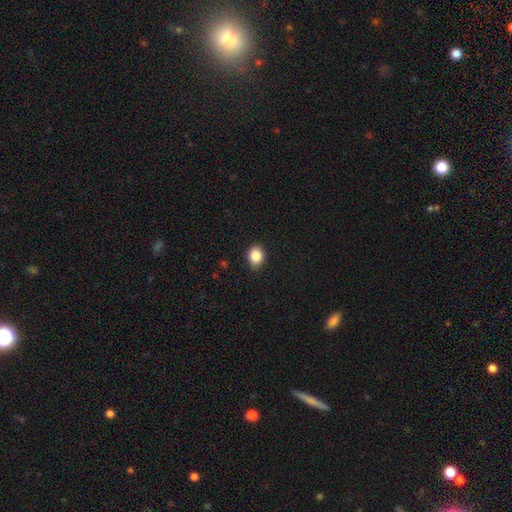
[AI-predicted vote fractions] smooth_or_featured: smooth (p=0.87) [alt: star or artifact p=0.09]
how_rounded: round (p=0.59) [alt: in between p=0.40]
merging: none (p=0.85) [alt: minor disturbance p=0.12]